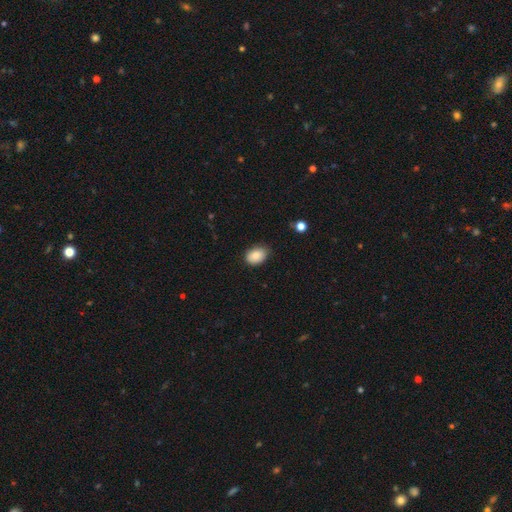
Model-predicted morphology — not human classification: smooth_or_featured: smooth (p=0.86) [alt: star or artifact p=0.08]
how_rounded: in between (p=0.79) [alt: round p=0.20]
merging: none (p=0.78) [alt: minor disturbance p=0.18]